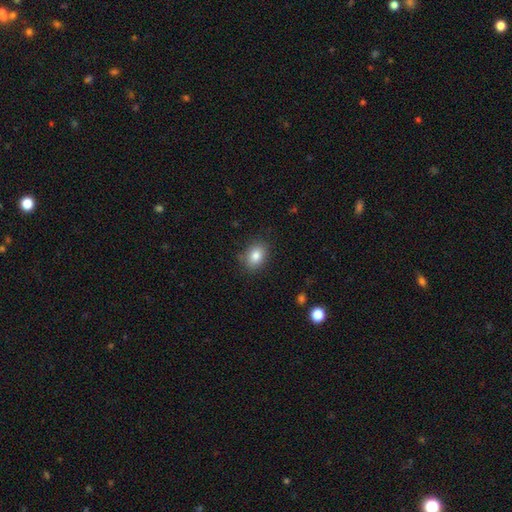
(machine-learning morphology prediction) smooth_or_featured: smooth (p=0.83) [alt: star or artifact p=0.09]
how_rounded: in between (p=0.68) [alt: round p=0.31]
merging: none (p=0.84) [alt: minor disturbance p=0.12]